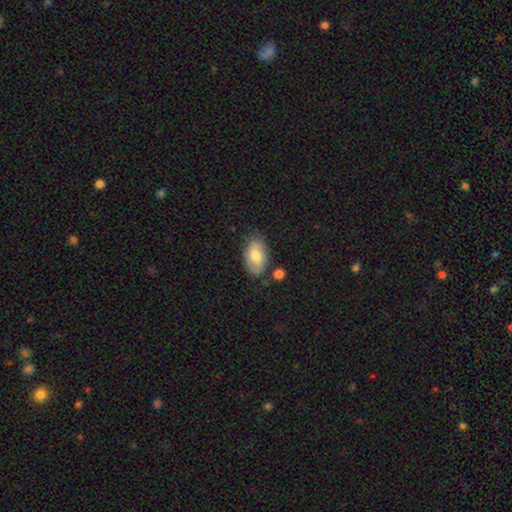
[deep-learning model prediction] Smooth or featured? smooth (74%)
How rounded? in between (93%)
Merging? none (73%)